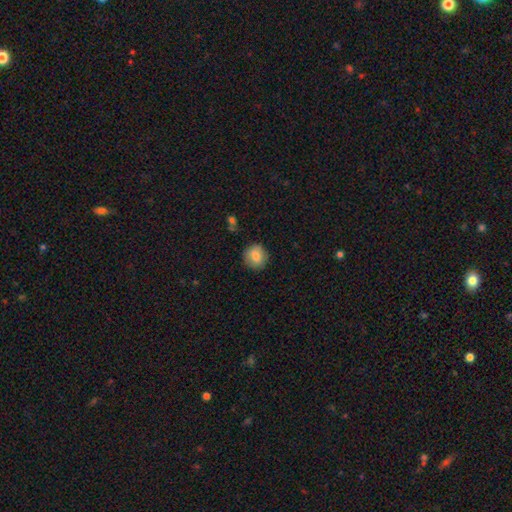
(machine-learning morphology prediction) smooth-or-featured: smooth: 82% | featured or disk: 10% | star or artifact: 8%
  how-rounded: round: 85% | in between: 14% | cigar-shaped: 1%
  merging: none: 86% | minor disturbance: 10% | major disturbance: 3% | merger: 1%